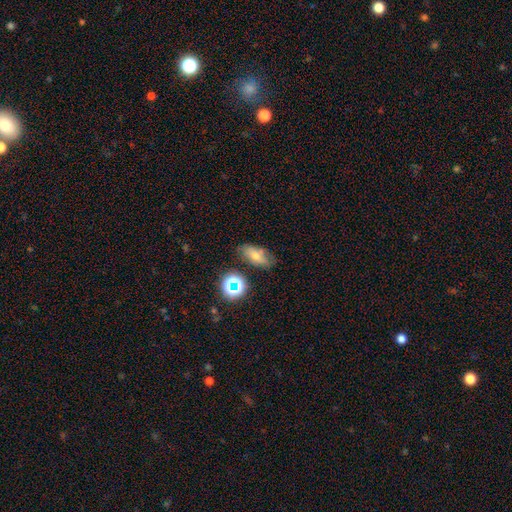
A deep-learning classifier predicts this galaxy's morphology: smooth_or_featured: smooth (p=0.39) [alt: featured or disk p=0.31]
merging: none (p=0.72) [alt: minor disturbance p=0.18]